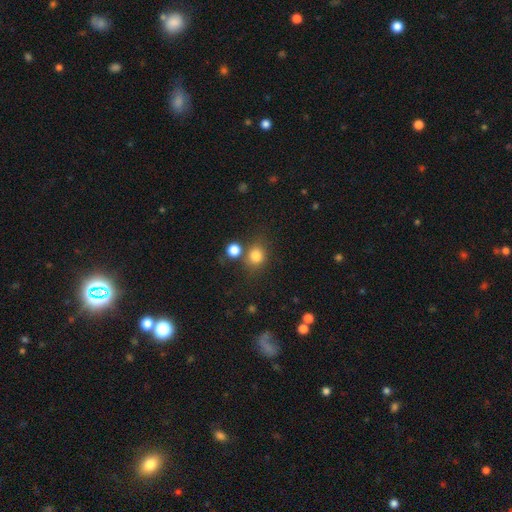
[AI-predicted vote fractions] Morphology: type=smooth (81%); roundness=round (73%); merging=none (66%).